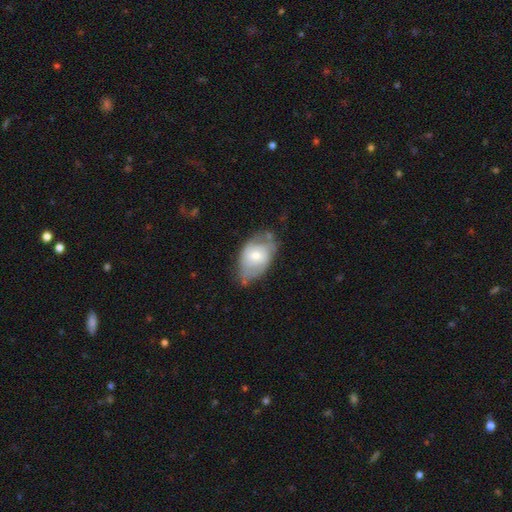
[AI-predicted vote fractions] The model was most divided on "smooth or featured": featured or disk: 49%, smooth: 45%, star or artifact: 6%. Remaining: merging — none (47%).